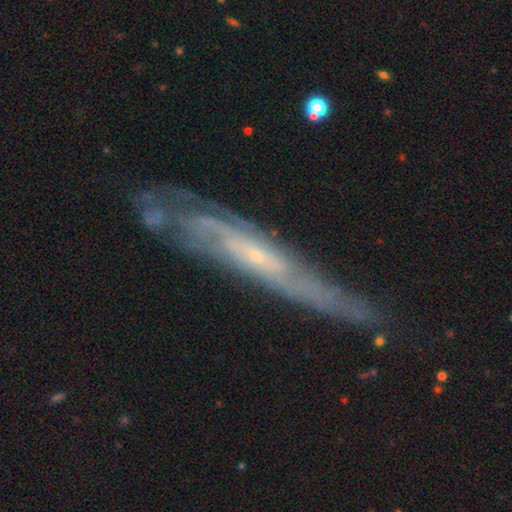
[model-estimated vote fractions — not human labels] Smooth or featured? Predicted: featured or disk (p=0.79). Edge-on disk? Predicted: yes (p=0.53). Merging? Predicted: none (p=0.73).